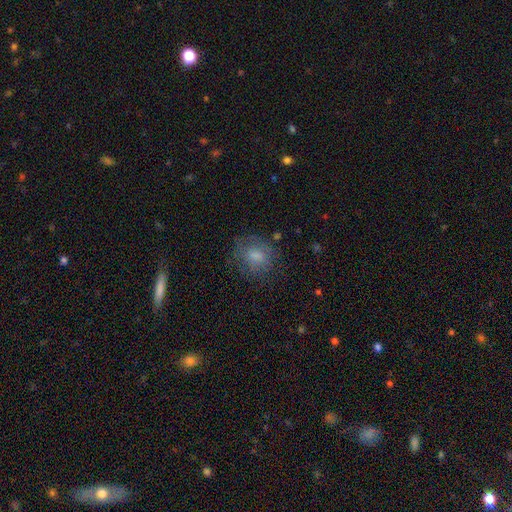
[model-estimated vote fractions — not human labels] smooth-or-featured: smooth: 65% | featured or disk: 21% | star or artifact: 14%
  how-rounded: round: 66% | in between: 32% | cigar-shaped: 2%
  merging: none: 74% | minor disturbance: 16% | major disturbance: 8% | merger: 2%